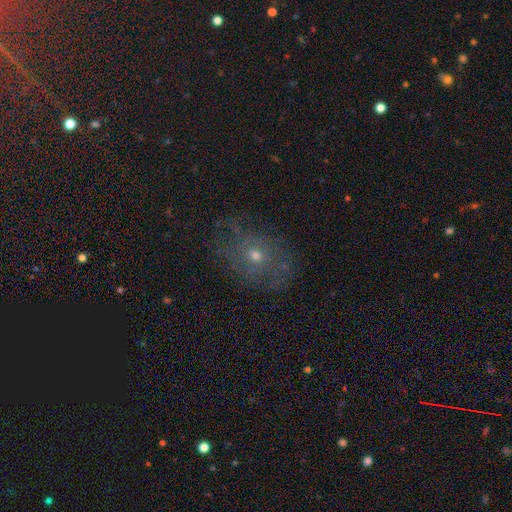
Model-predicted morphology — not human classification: The model was most divided on "smooth or featured": smooth: 38%, featured or disk: 37%, star or artifact: 25%. More confident: merging — none (70%).